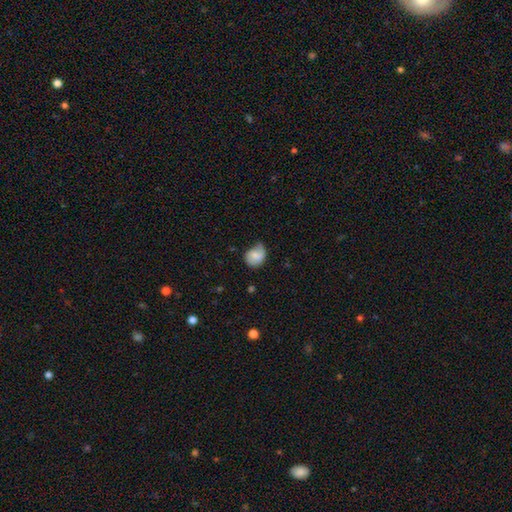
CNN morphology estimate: Smooth or featured?
  - smooth: 64% *
  - featured or disk: 28%
  - star or artifact: 8%
How rounded?
  - round: 55% *
  - in between: 44%
  - cigar-shaped: 1%
Merging?
  - none: 48% *
  - minor disturbance: 37%
  - major disturbance: 12%
  - merger: 2%